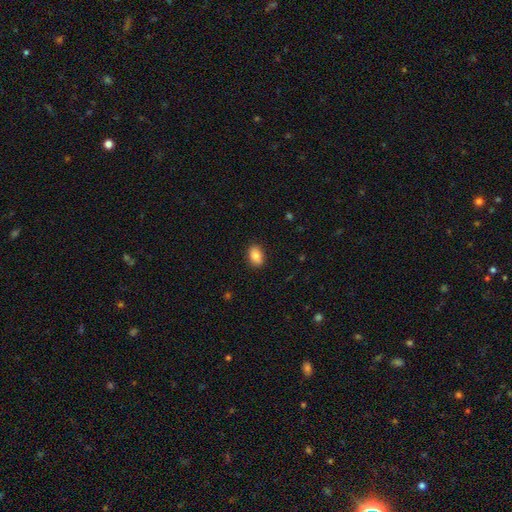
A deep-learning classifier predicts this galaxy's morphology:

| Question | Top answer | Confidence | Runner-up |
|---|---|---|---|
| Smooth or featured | smooth | 86% | star or artifact (8%) |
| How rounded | in between | 84% | round (15%) |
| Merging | none | 87% | minor disturbance (9%) |